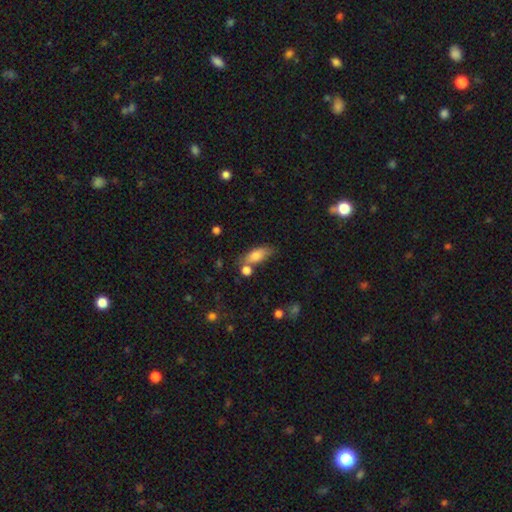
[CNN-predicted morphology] Q: Smooth or featured?
A: smooth (77%); runner-up: featured or disk (15%)
Q: How rounded?
A: in between (73%); runner-up: cigar-shaped (23%)
Q: Merging?
A: none (56%); runner-up: minor disturbance (19%)